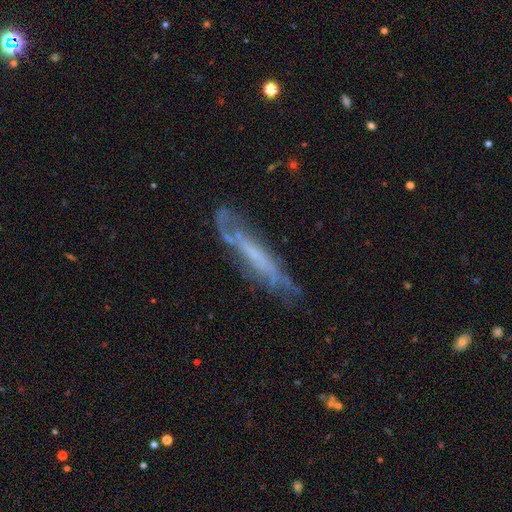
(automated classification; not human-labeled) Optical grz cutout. It shows a featured or disk galaxy (67%) viewed edge-on (54%). Merging: none (62%).